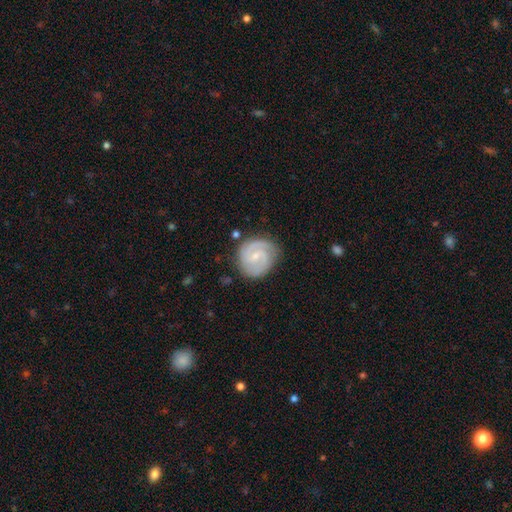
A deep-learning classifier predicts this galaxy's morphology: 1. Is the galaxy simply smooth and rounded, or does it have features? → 84% featured or disk, 11% smooth, 5% star or artifact.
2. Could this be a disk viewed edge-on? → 98% no, 2% yes.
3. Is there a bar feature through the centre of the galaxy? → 47% no, 46% weak, 8% strong.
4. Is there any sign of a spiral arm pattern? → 97% yes, 3% no.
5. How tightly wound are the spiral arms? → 52% tight, 40% medium, 8% loose.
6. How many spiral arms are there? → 67% 2, 17% 3, 8% can't tell, 3% 1, 2% 4, 2% more than 4.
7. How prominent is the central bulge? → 71% small, 23% moderate, 4% none, 1% large, 1% dominant.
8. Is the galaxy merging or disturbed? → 78% none, 16% minor disturbance, 4% major disturbance, 2% merger.